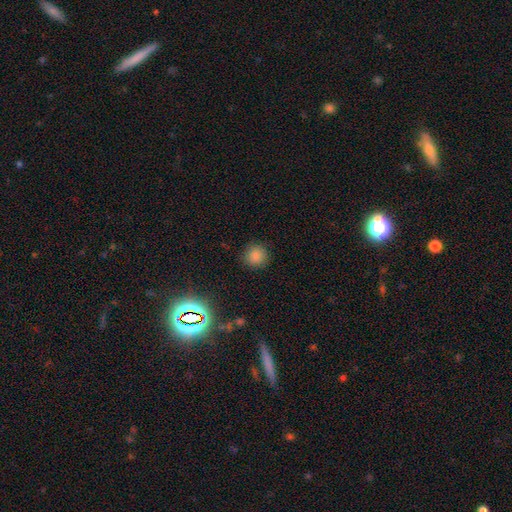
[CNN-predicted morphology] type=smooth (83%); roundness=round (92%); merging=none (89%).